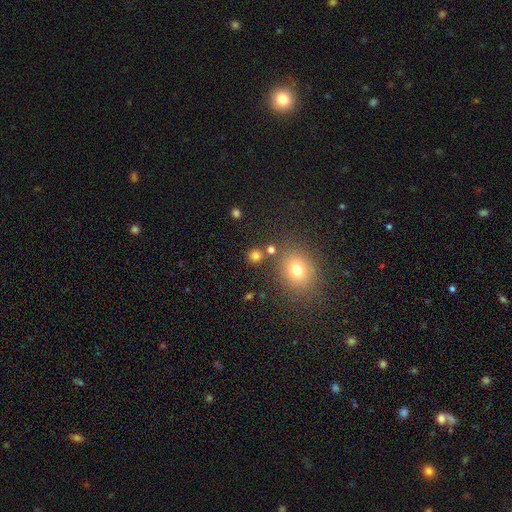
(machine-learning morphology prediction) smooth 76%, star or artifact 18%, featured or disk 6%. Down the decision tree: how rounded — round (87%); merging — none (79%).